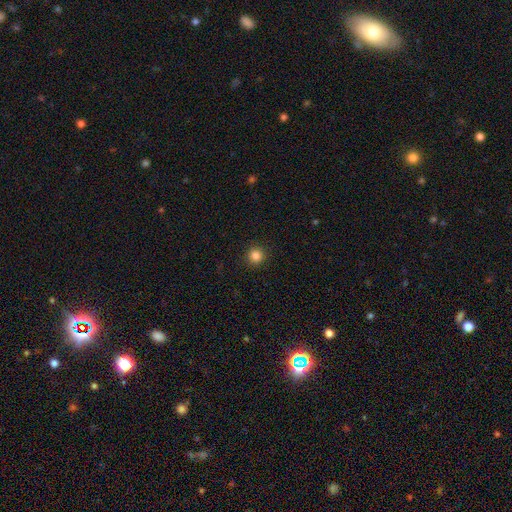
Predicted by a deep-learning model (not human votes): Smooth or featured? smooth (85%)
How rounded? round (95%)
Merging? none (92%)